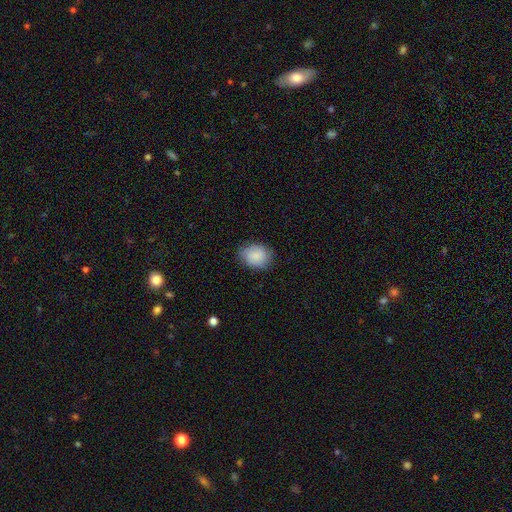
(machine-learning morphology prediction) The model was most divided on "how rounded": in between: 55%, round: 44%, cigar-shaped: 1%. More confident: smooth or featured — smooth (84%); merging — none (78%).